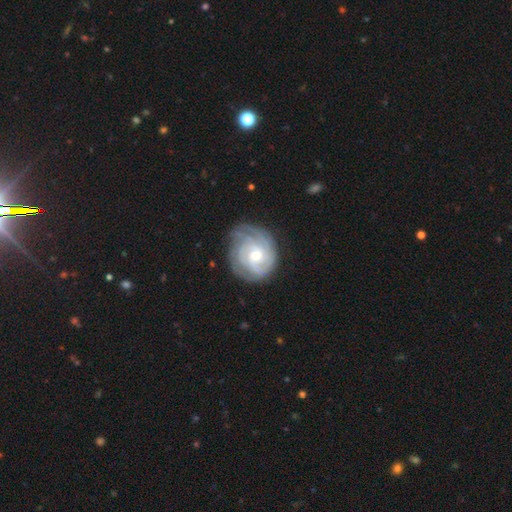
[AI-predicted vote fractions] Morphology: type=featured or disk (83%); edge-on=no (97%); bar=no (69%); spiral arms=yes (95%); winding=tight (71%); arm count=can't tell (35%); bulge=moderate (48%, tied with small); merging=none (72%).